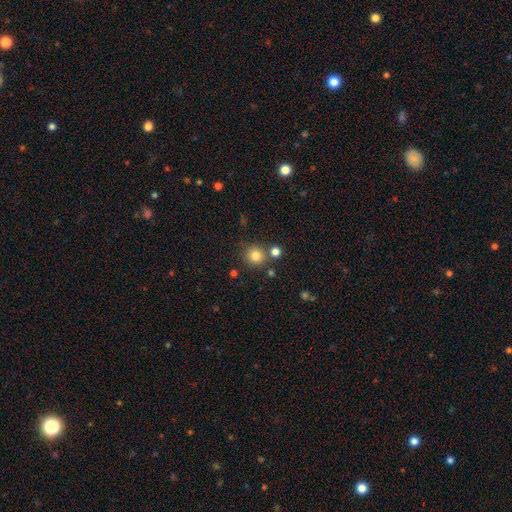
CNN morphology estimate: Smooth or featured? Predicted: smooth (p=0.81). How rounded? Predicted: round (p=0.93). Merging? Predicted: none (p=0.79).